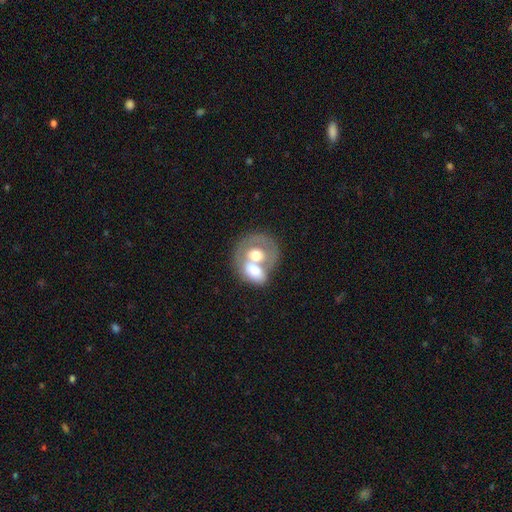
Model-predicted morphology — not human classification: This is possibly a smooth galaxy (52%). How rounded: possibly round (53%). Merging: likely merger (60%).